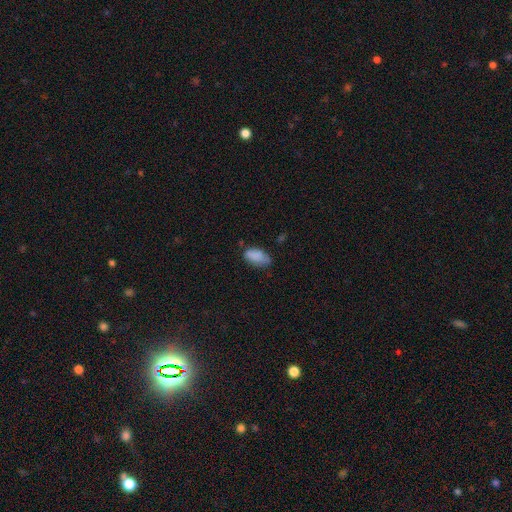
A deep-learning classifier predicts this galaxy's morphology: type=smooth (84%); roundness=in between (93%); merging=none (56%).